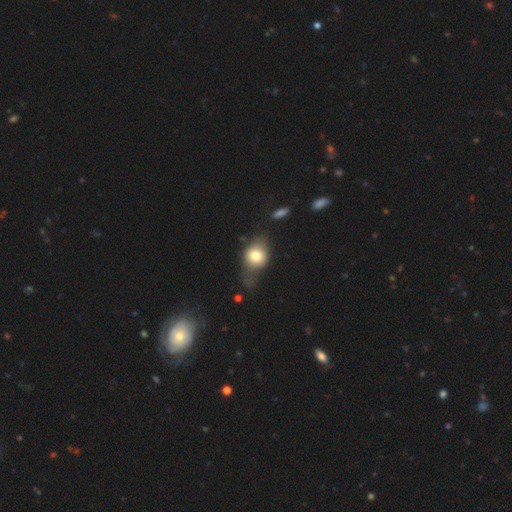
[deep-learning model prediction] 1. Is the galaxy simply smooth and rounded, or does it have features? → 69% smooth, 22% featured or disk, 9% star or artifact.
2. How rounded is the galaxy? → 54% in between, 44% round, 2% cigar-shaped.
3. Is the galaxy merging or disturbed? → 38% none, 31% minor disturbance, 25% major disturbance, 6% merger.